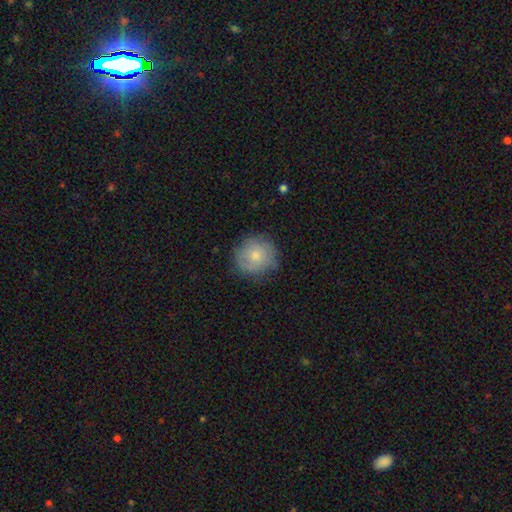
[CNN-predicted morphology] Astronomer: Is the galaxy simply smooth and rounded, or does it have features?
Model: smooth — 68%.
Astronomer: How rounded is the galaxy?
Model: round — 91%.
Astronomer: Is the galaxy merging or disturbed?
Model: none — 77%.